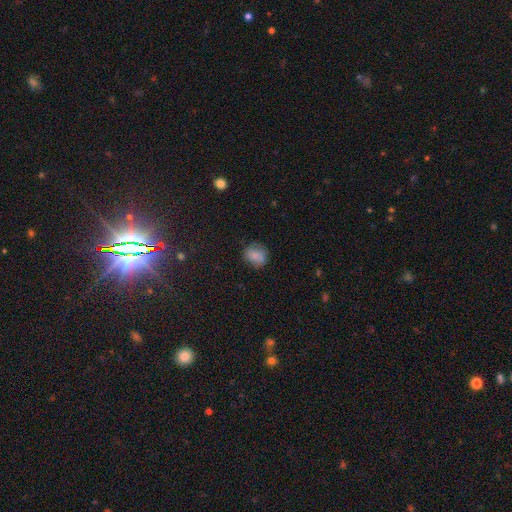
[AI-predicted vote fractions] Smooth or featured? smooth (78%)
How rounded? round (66%)
Merging? none (66%)